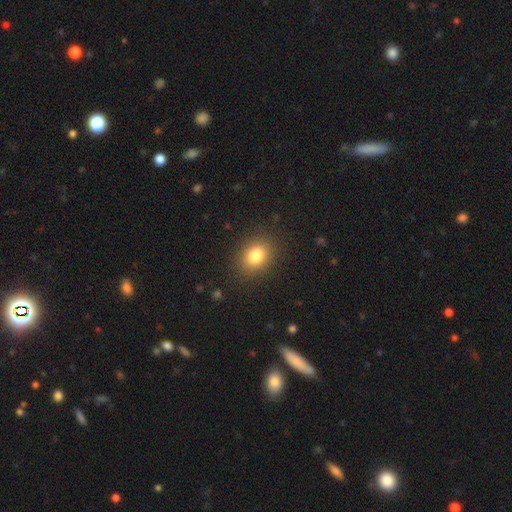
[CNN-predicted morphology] smooth 82%, star or artifact 11%, featured or disk 7%. Down the decision tree: how rounded — in between (50%); merging — none (87%).